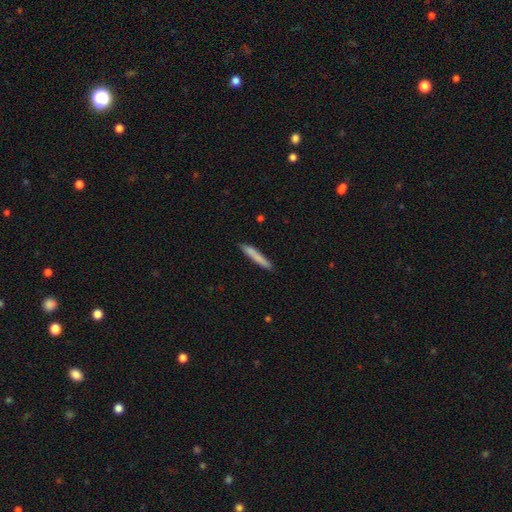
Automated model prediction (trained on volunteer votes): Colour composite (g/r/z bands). It shows a smooth galaxy with no disk features (79%) that is cigar-shaped (95%). Merging: none (88%).